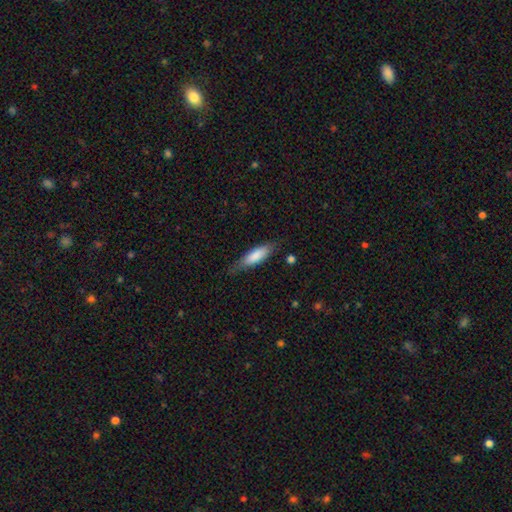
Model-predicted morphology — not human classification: Smooth or featured?
  - smooth: 79% *
  - featured or disk: 15%
  - star or artifact: 6%
How rounded?
  - cigar-shaped: 51% *
  - in between: 48%
  - round: 2%
Merging?
  - none: 70% *
  - minor disturbance: 22%
  - major disturbance: 6%
  - merger: 2%